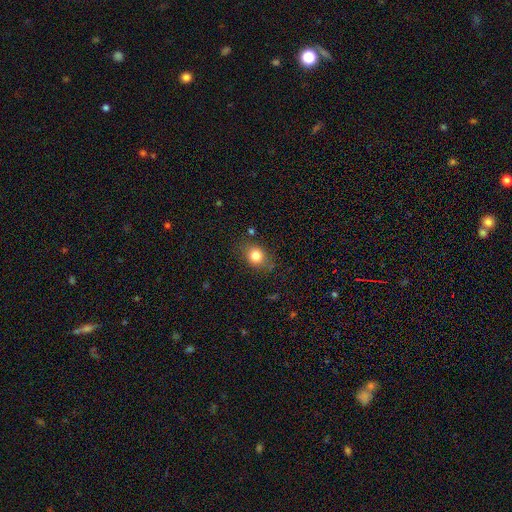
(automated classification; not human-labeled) Smooth or featured? Predicted: smooth (p=0.81). How rounded? Predicted: round (p=0.59). Merging? Predicted: none (p=0.78).